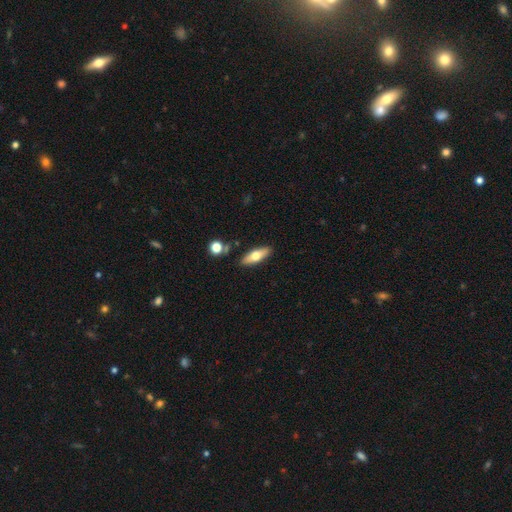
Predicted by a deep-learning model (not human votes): Overall: smooth (60%; featured or disk 34%). How rounded: in between (58%; cigar-shaped 39%). Merging: none (86%).